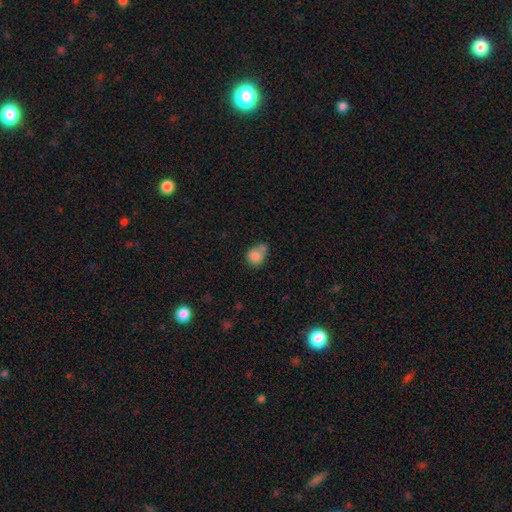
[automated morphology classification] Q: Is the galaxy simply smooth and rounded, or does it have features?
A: smooth — 80%.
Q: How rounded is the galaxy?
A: round — 63%.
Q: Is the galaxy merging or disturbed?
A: none — 36%.